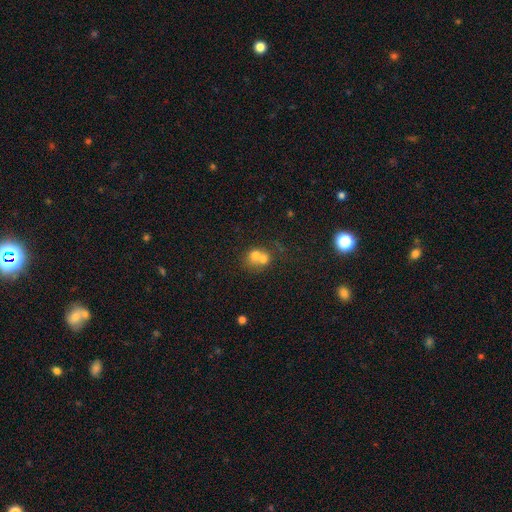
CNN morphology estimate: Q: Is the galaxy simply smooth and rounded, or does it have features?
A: smooth — 66%.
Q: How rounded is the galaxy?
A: round — 69%.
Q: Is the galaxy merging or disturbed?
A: merger — 68%.